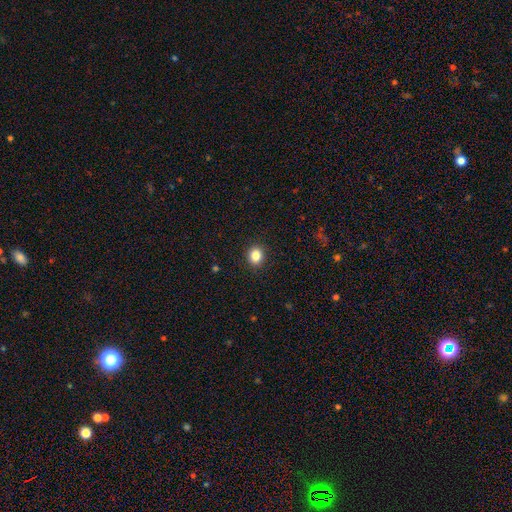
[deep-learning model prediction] Smooth or featured? smooth (84%)
How rounded? round (71%)
Merging? none (91%)